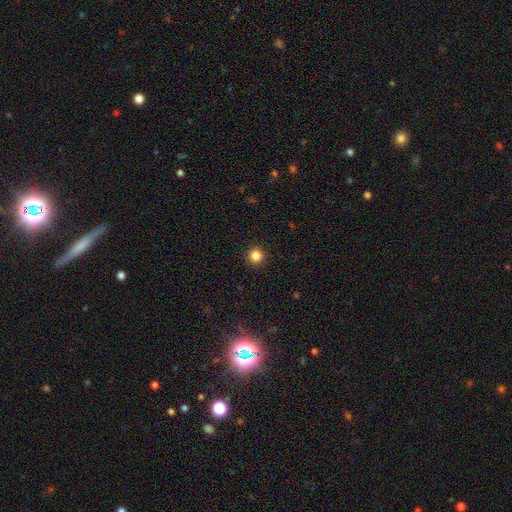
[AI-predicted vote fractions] Smooth or featured: smooth — 84% (star or artifact — 12%)
How rounded: round — 94% (in between — 5%)
Merging: none — 93% (minor disturbance — 5%)